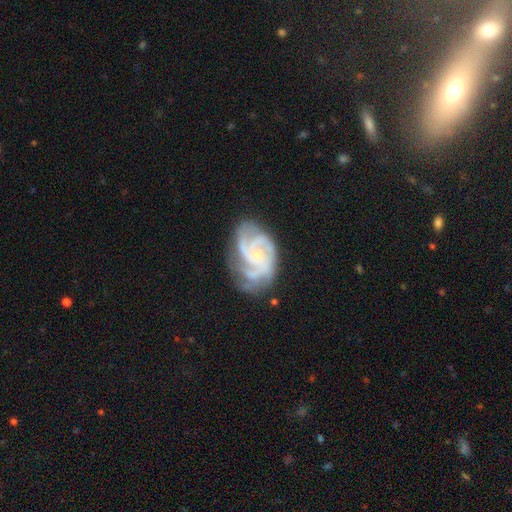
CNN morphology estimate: smooth-or-featured: featured or disk: 89% | smooth: 6% | star or artifact: 5%
  disk-edge-on: no: 98% | yes: 2%
    bar: no: 68% | weak: 26% | strong: 6%
    has-spiral-arms: yes: 98% | no: 2%
      spiral-winding: tight: 51% | medium: 42% | loose: 7%
      spiral-arm-count: 3: 53% | 4: 17% | 2: 12% | can't tell: 9% | more than 4: 4% | 1: 4%
    bulge-size: small: 74% | moderate: 19% | none: 5% | large: 1% | dominant: 1%
  merging: none: 65% | minor disturbance: 22% | major disturbance: 10% | merger: 2%